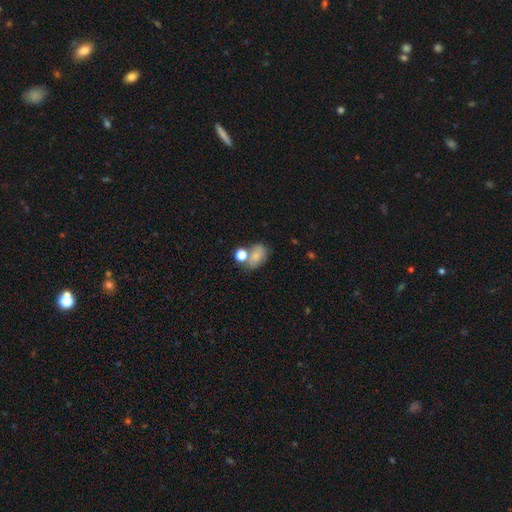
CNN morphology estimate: Q: Smooth or featured?
A: smooth (75%); runner-up: featured or disk (13%)
Q: How rounded?
A: in between (73%); runner-up: round (26%)
Q: Merging?
A: none (45%); runner-up: merger (29%)